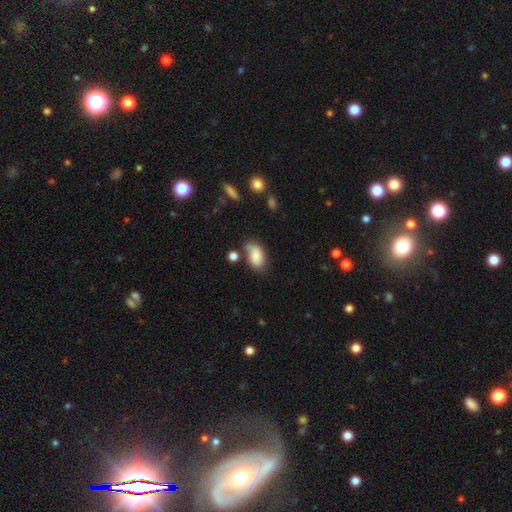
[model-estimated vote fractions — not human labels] The model was most divided on "merging": none: 57%, minor disturbance: 26%, merger: 9%, major disturbance: 8%. More confident: how rounded — in between (93%); smooth or featured — smooth (82%).